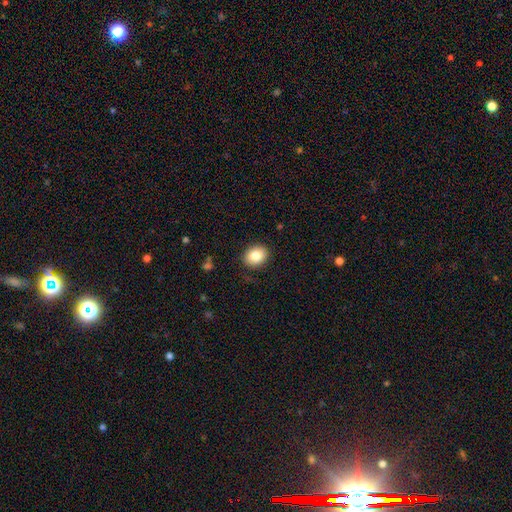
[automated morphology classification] Smooth or featured? smooth (84%)
How rounded? in between (52%)
Merging? none (87%)